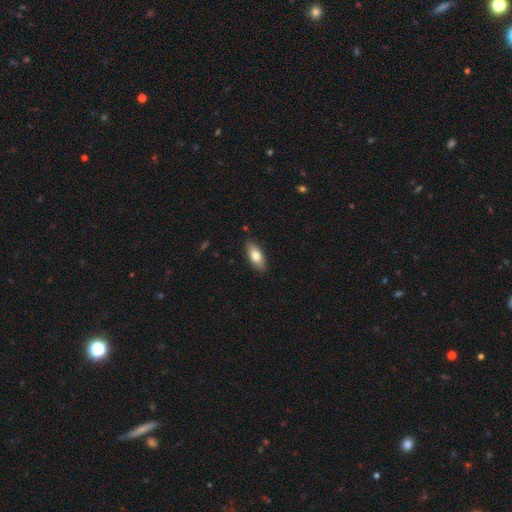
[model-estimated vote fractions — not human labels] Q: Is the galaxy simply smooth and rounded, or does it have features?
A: smooth — 76%.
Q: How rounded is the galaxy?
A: in between — 83%.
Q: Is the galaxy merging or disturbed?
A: none — 87%.